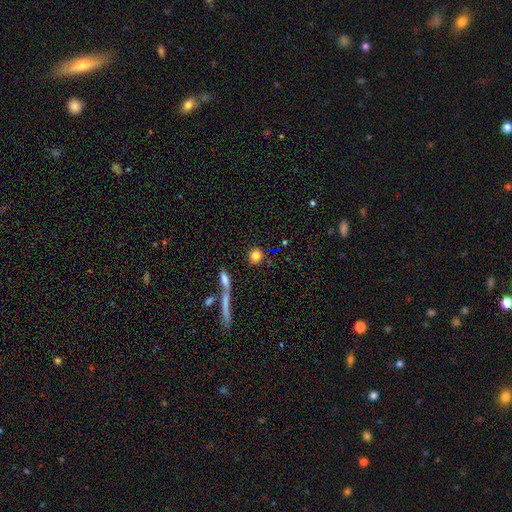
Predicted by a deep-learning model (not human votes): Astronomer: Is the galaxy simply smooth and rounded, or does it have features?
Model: smooth — 82%.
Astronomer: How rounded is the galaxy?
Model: round — 88%.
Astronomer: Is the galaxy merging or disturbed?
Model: none — 82%.